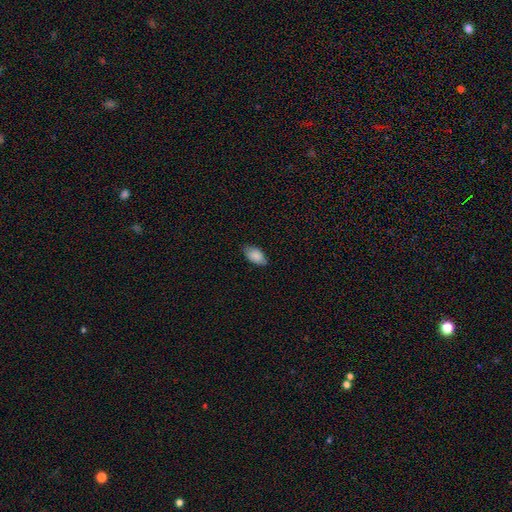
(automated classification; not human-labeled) The model was most divided on "merging": none: 76%, minor disturbance: 20%, major disturbance: 3%, merger: 1%. More confident: how rounded — in between (94%); smooth or featured — smooth (86%).